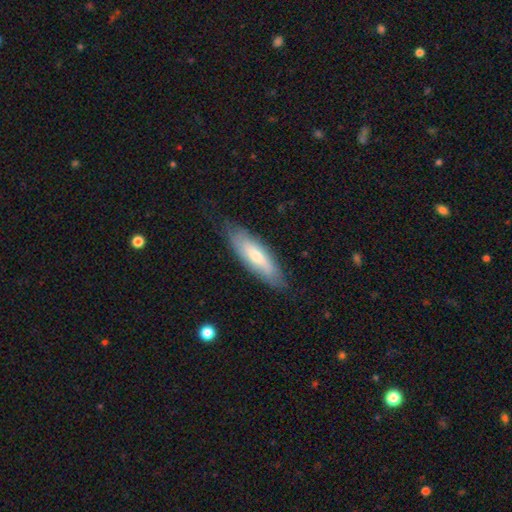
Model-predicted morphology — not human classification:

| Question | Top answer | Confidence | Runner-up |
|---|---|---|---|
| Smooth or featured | smooth | 54% | featured or disk (39%) |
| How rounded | cigar-shaped | 50% | in between (48%) |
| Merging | none | 77% | minor disturbance (18%) |